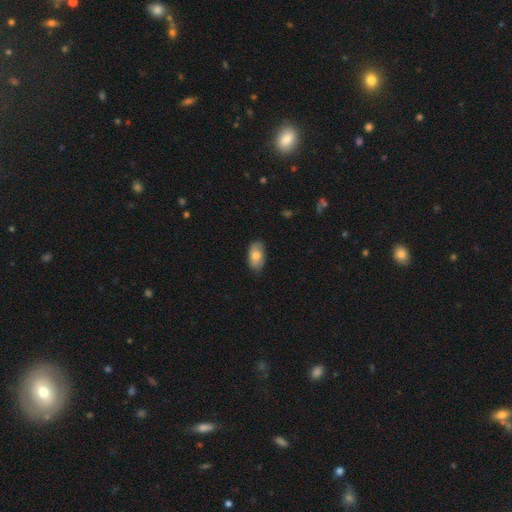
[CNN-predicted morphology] Smooth or featured: smooth — 77% (featured or disk — 17%)
How rounded: in between — 94% (round — 4%)
Merging: none — 79% (minor disturbance — 17%)